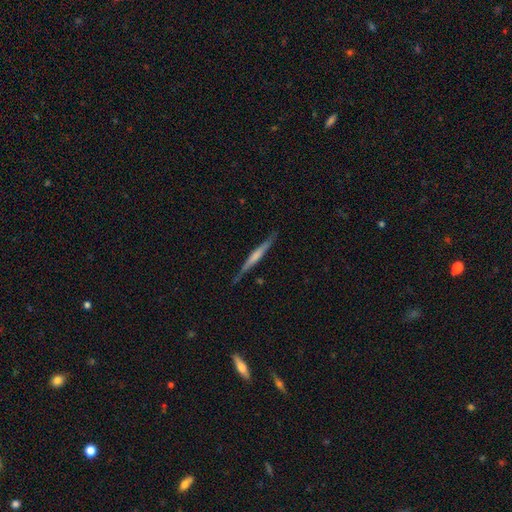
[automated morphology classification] featured or disk 57%, smooth 37%, star or artifact 5%. Down the decision tree: edge-on disk — yes (97%); edge-on bulge — none (46%); merging — none (85%).